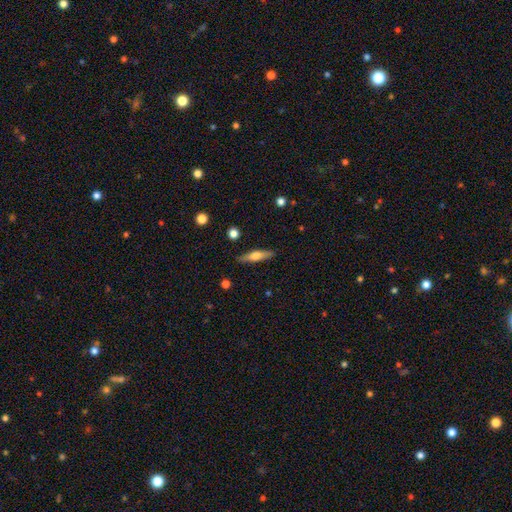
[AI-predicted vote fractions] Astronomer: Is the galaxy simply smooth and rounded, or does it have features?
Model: smooth — 53% (runner-up: featured or disk, 40%).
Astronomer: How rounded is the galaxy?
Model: cigar-shaped — 76%.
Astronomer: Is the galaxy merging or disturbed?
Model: none — 88%.